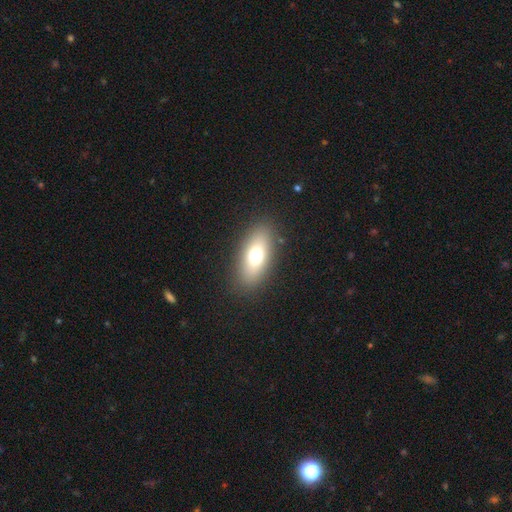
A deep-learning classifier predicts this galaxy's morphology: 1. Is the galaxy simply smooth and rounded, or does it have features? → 69% smooth, 21% featured or disk, 11% star or artifact.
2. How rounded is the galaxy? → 81% in between, 12% cigar-shaped, 7% round.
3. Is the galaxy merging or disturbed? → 87% none, 8% minor disturbance, 4% major disturbance, 1% merger.